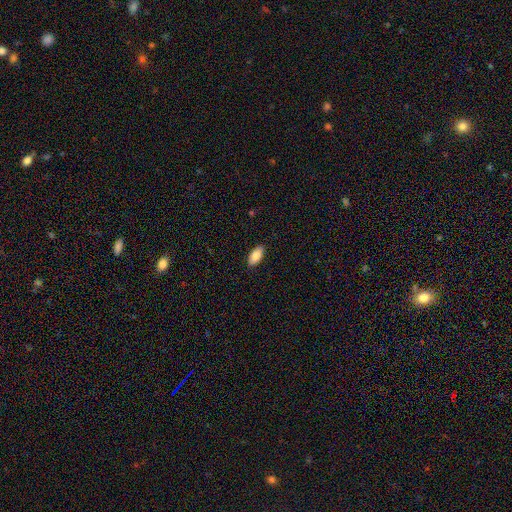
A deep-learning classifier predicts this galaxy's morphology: The model was most divided on "smooth or featured": smooth: 85%, featured or disk: 8%, star or artifact: 6%. More confident: how rounded — in between (91%); merging — none (89%).